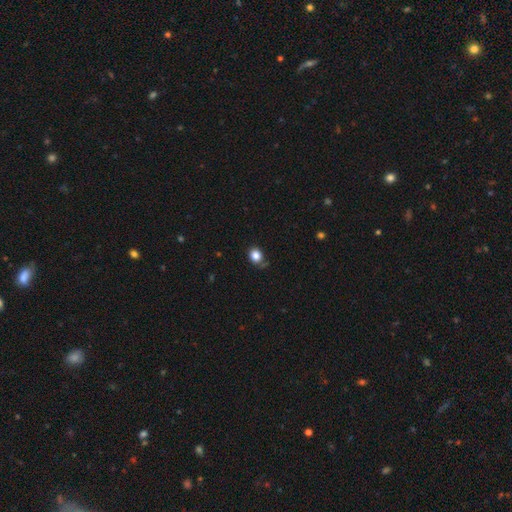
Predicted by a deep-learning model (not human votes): Smooth or featured: smooth — 83% (star or artifact — 11%)
How rounded: round — 60% (in between — 39%)
Merging: none — 73% (minor disturbance — 20%)